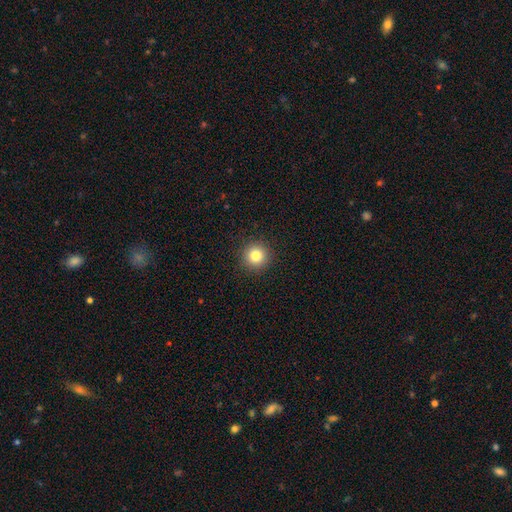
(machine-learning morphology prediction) smooth 82%, star or artifact 12%, featured or disk 6%. Down the decision tree: how rounded — round (95%); merging — none (92%).